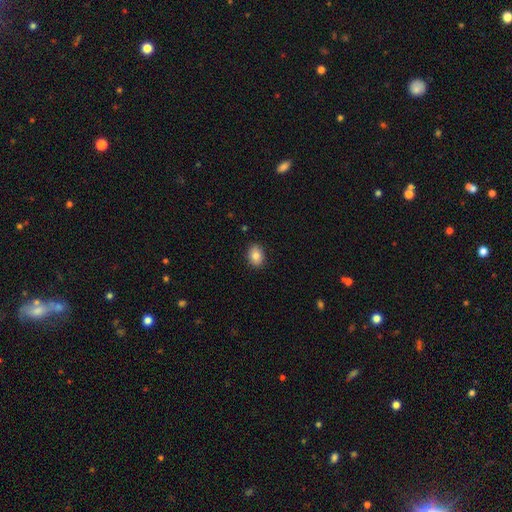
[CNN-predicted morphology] A smooth galaxy with no disk features (84%) that is in between round and cigar-shaped (67%). Merging: none (89%).